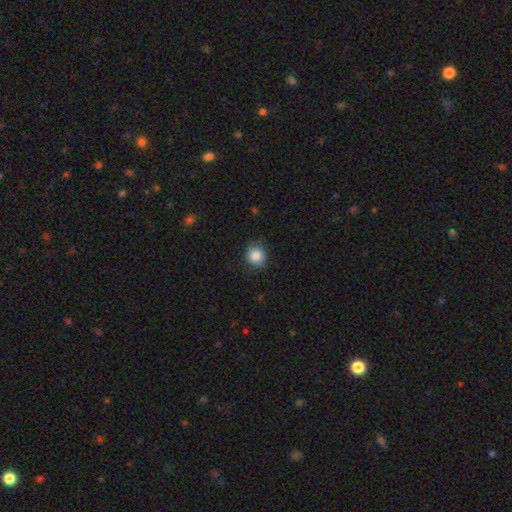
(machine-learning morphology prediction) Overall: smooth (86%). How rounded: round (78%). Merging: none (78%).